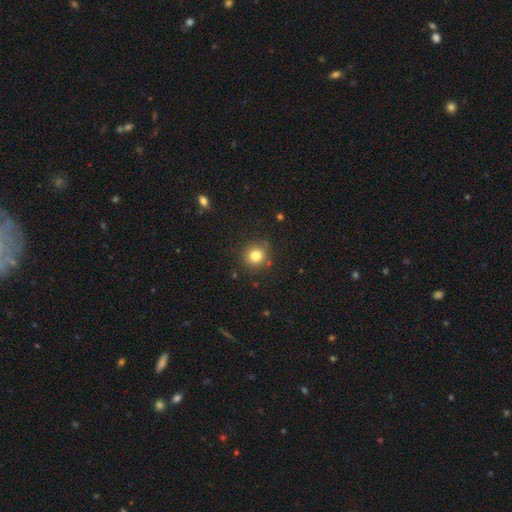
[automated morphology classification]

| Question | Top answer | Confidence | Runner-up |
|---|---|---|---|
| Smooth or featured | smooth | 80% | star or artifact (12%) |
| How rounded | round | 88% | in between (11%) |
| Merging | none | 85% | minor disturbance (10%) |